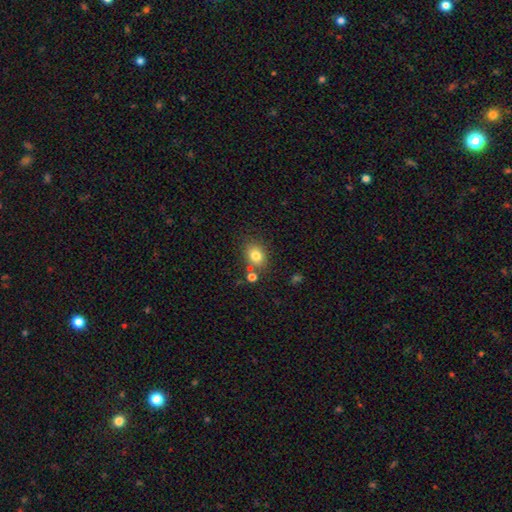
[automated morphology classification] This appears to be a smooth galaxy with no disk features (79%) that is in between round and cigar-shaped (50%). Merging: none (72%).